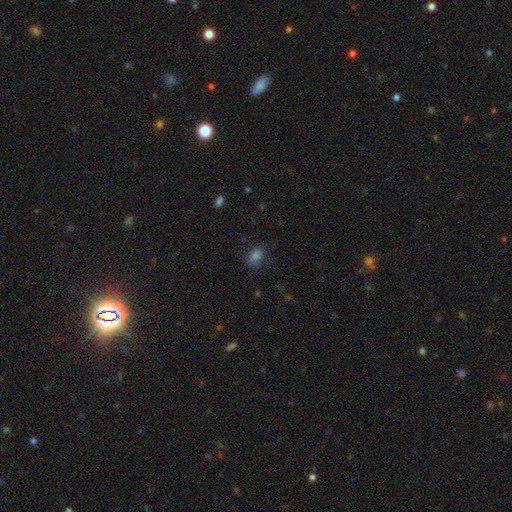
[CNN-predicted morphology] Smooth or featured? Predicted: smooth (p=0.72). How rounded? Predicted: in between (p=0.62). Merging? Predicted: none (p=0.72).